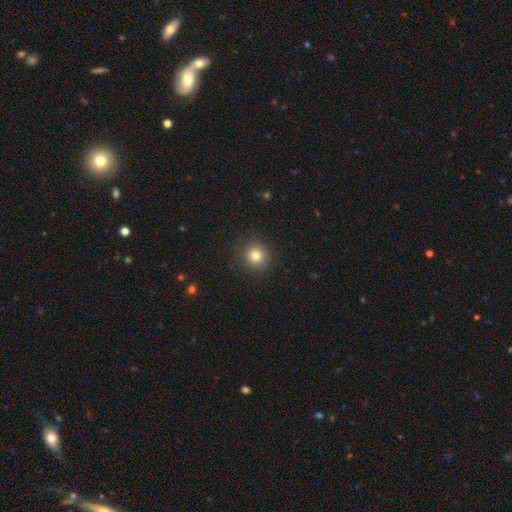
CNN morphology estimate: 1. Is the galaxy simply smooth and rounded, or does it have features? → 79% smooth, 12% star or artifact, 9% featured or disk.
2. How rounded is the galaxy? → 87% round, 12% in between, 1% cigar-shaped.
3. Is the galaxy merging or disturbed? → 87% none, 9% minor disturbance, 3% major disturbance, 1% merger.